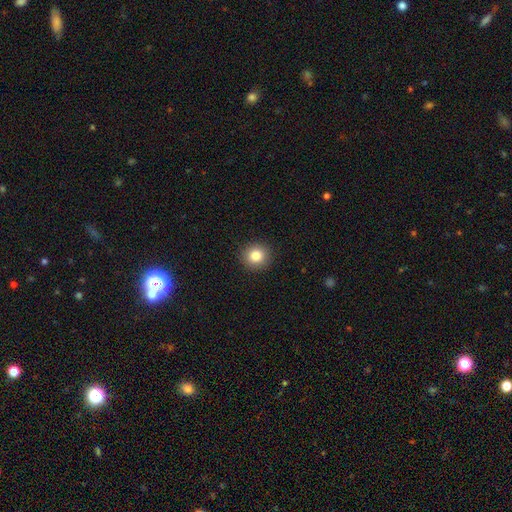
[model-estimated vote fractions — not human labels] smooth-or-featured: smooth: 83% | star or artifact: 10% | featured or disk: 7%
  how-rounded: round: 90% | in between: 10% | cigar-shaped: 1%
  merging: none: 92% | minor disturbance: 6% | major disturbance: 2% | merger: 1%